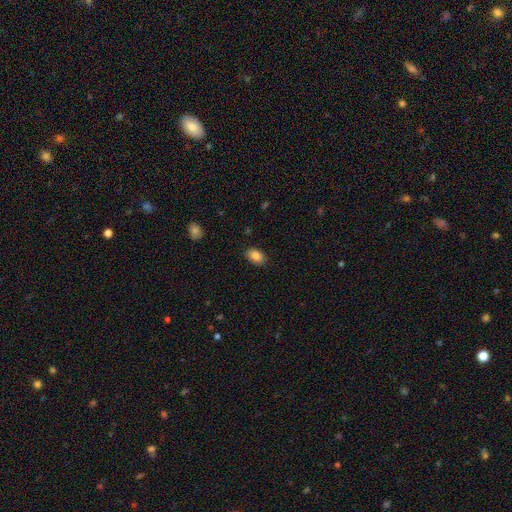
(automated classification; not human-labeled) Smooth or featured?
  - smooth: 87% *
  - star or artifact: 8%
  - featured or disk: 5%
How rounded?
  - in between: 87% *
  - round: 11%
  - cigar-shaped: 1%
Merging?
  - none: 87% *
  - minor disturbance: 10%
  - major disturbance: 2%
  - merger: 1%